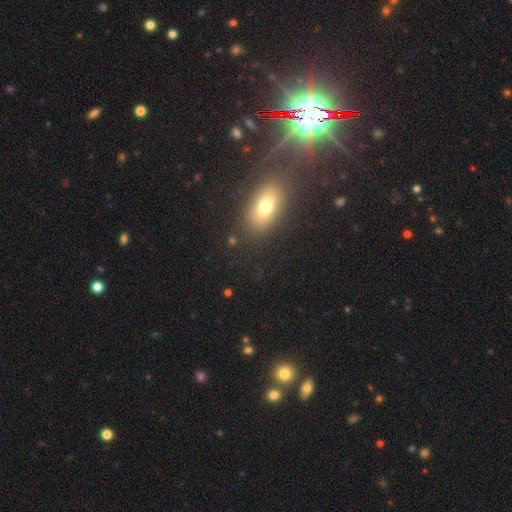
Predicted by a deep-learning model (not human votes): A smooth galaxy with no disk features (46%). Merging: none (83%).